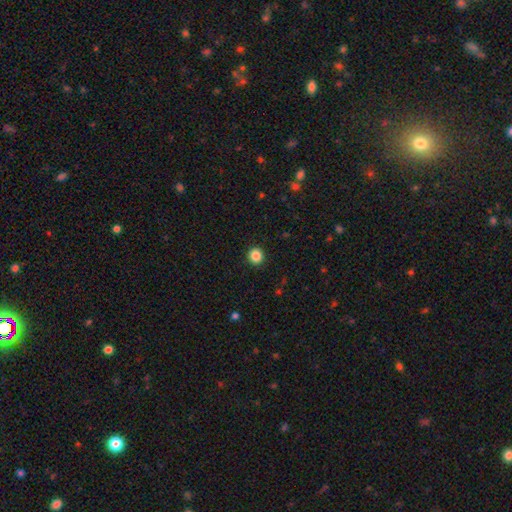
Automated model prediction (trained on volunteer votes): Q: Smooth or featured?
A: smooth (86%); runner-up: star or artifact (11%)
Q: How rounded?
A: round (88%); runner-up: in between (11%)
Q: Merging?
A: none (92%); runner-up: minor disturbance (5%)